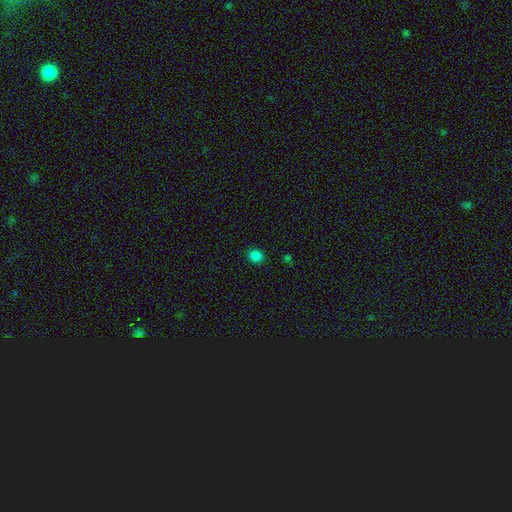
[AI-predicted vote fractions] Smooth or featured? smooth (82%)
How rounded? round (75%)
Merging? none (89%)